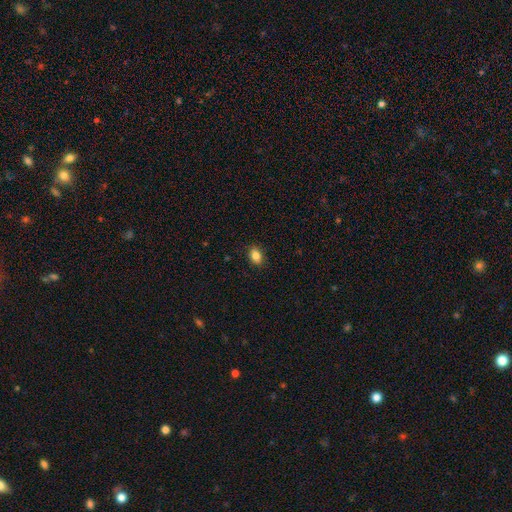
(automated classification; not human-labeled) Smooth or featured: smooth — 86% (star or artifact — 9%)
How rounded: in between — 79% (round — 20%)
Merging: none — 87% (minor disturbance — 9%)